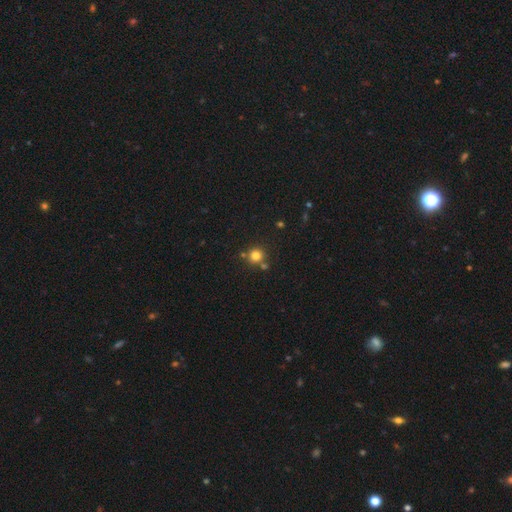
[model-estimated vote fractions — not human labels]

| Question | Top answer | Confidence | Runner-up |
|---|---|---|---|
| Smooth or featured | smooth | 79% | star or artifact (14%) |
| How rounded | round | 93% | in between (6%) |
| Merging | none | 74% | merger (14%) |